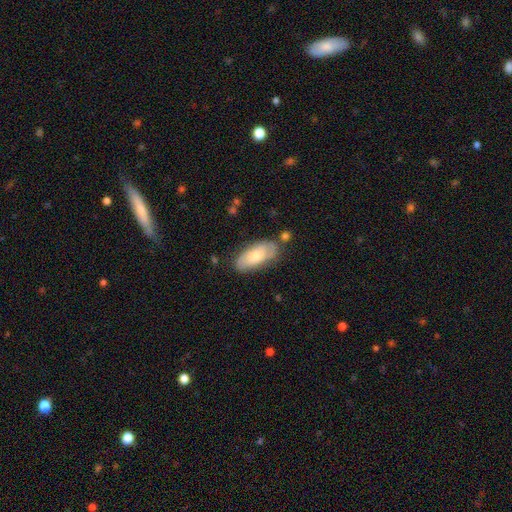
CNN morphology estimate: A smooth galaxy with no disk features (62%) that is in between round and cigar-shaped (88%). Merging: none (70%).